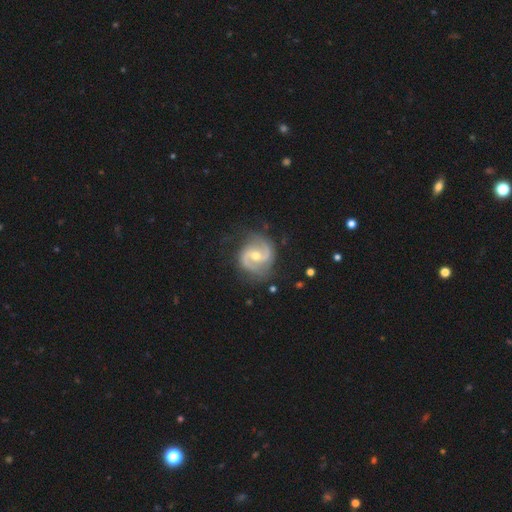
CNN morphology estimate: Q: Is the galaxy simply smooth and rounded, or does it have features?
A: featured or disk — 90%.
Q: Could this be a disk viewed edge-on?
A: no — 98%.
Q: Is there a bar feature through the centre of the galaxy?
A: weak — 47%.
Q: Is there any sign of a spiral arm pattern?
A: yes — 97%.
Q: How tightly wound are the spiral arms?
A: medium — 56%.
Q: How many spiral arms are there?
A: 2 — 92%.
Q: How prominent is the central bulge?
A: moderate — 63%.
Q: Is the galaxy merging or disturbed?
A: none — 77%.